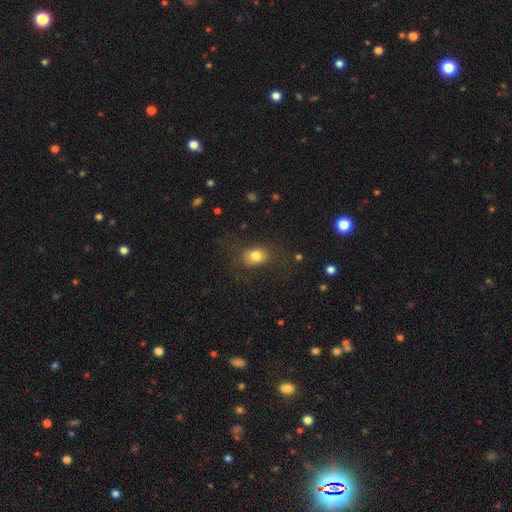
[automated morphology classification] This is likely a smooth galaxy (80%). How rounded: likely in between (64%). Merging: likely none (70%).